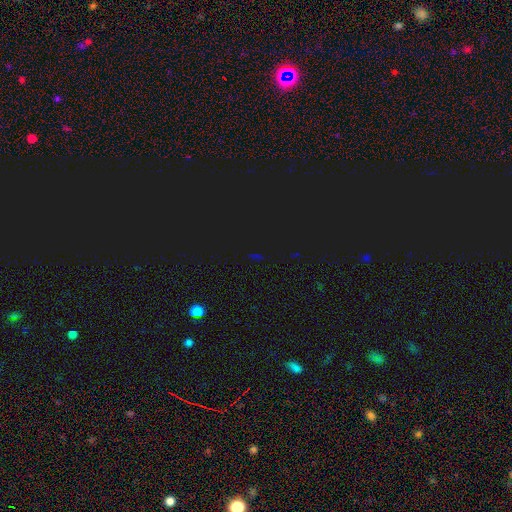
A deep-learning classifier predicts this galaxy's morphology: smooth_or_featured: star or artifact (p=0.76) [alt: smooth p=0.17]